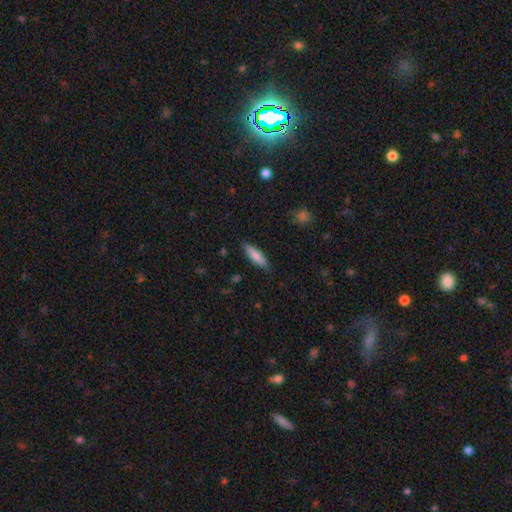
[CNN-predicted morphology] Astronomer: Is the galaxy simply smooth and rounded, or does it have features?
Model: smooth — 75%.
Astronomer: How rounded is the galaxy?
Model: cigar-shaped — 77%.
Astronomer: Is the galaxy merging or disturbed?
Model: none — 86%.